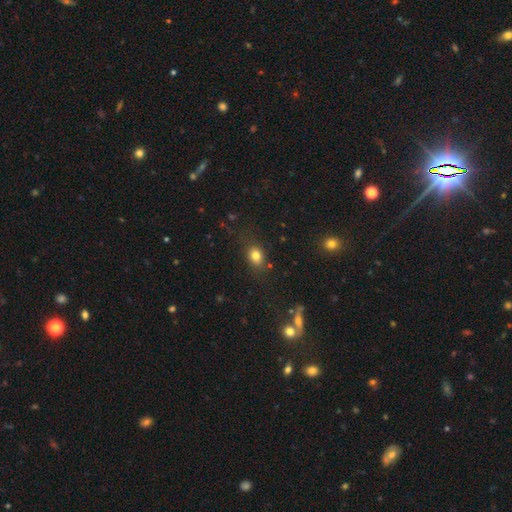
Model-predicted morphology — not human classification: Smooth or featured?
  - smooth: 79% *
  - star or artifact: 12%
  - featured or disk: 8%
How rounded?
  - in between: 65% *
  - round: 33%
  - cigar-shaped: 2%
Merging?
  - none: 77% *
  - minor disturbance: 15%
  - major disturbance: 5%
  - merger: 3%